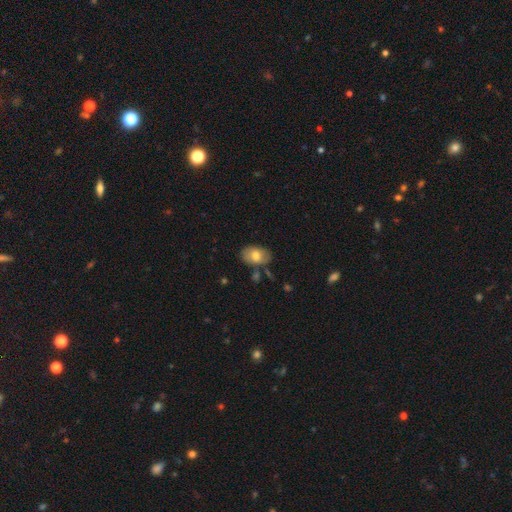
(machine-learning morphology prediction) smooth_or_featured: smooth (p=0.72) [alt: featured or disk p=0.21]
how_rounded: in between (p=0.88) [alt: round p=0.11]
merging: none (p=0.74) [alt: minor disturbance p=0.16]